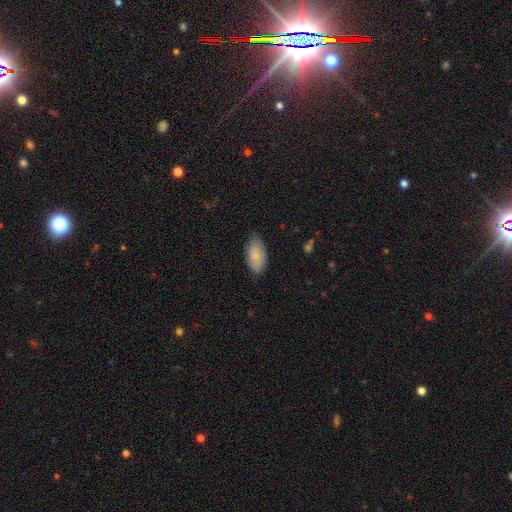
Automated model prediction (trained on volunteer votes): A smooth galaxy with no disk features (82%) that is in between round and cigar-shaped (93%). Merging: none (78%).